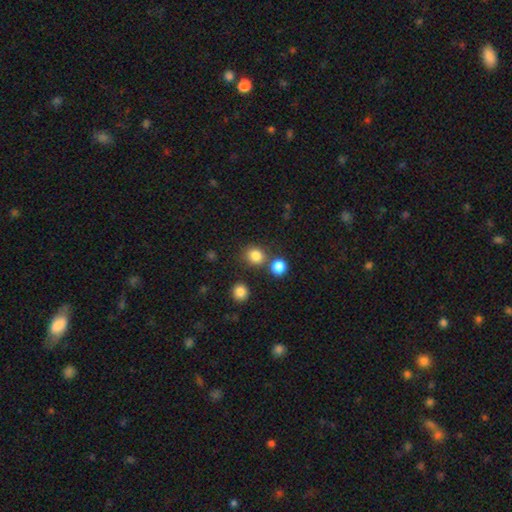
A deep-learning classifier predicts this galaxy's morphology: smooth-or-featured: smooth: 81% | star or artifact: 13% | featured or disk: 5%
  how-rounded: round: 82% | in between: 17% | cigar-shaped: 1%
  merging: none: 73% | merger: 14% | minor disturbance: 9% | major disturbance: 3%